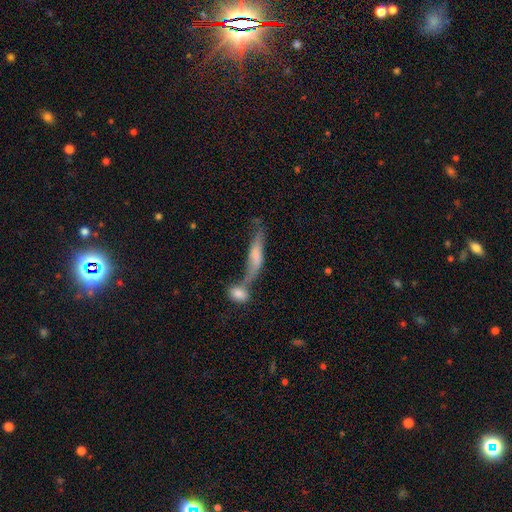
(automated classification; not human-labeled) A smooth galaxy with no disk features (53%) that is cigar-shaped (68%).

Vote fractions:
- Smooth or featured? smooth: 53% / featured or disk: 38% / star or artifact: 8%
- How rounded? cigar-shaped: 68% / in between: 29% / round: 3%
- Merging? merger: 58% / none: 20% / minor disturbance: 11% / major disturbance: 11%